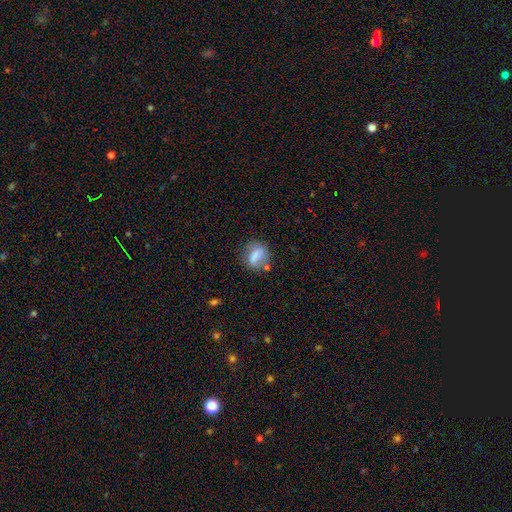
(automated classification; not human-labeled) smooth-or-featured: smooth: 66% | featured or disk: 25% | star or artifact: 9%
  how-rounded: in between: 48% | round: 44% | cigar-shaped: 8%
  merging: none: 57% | minor disturbance: 23% | major disturbance: 10% | merger: 9%